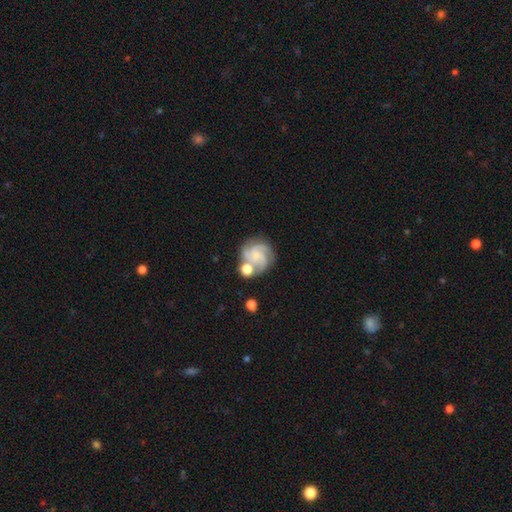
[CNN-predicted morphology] type=featured or disk (81%); edge-on=no (98%); bar=no (72%); spiral arms=yes (97%); winding=tight (48%); arm count=3 (50%); bulge=small (61%); merging=none (65%).